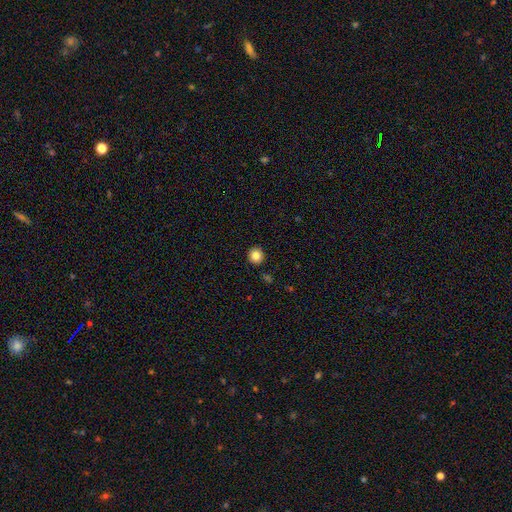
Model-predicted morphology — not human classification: A smooth galaxy with no disk features (84%) that is round (95%).

Vote fractions:
- Smooth or featured? smooth: 84% / star or artifact: 10% / featured or disk: 6%
- How rounded? round: 95% / in between: 5% / cigar-shaped: 1%
- Merging? none: 93% / minor disturbance: 4% / major disturbance: 1% / merger: 1%